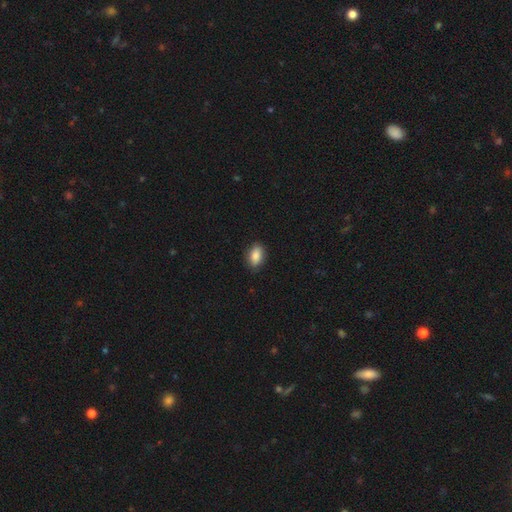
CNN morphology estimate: smooth_or_featured: smooth (p=0.87) [alt: star or artifact p=0.07]
how_rounded: in between (p=0.89) [alt: round p=0.09]
merging: none (p=0.85) [alt: minor disturbance p=0.11]